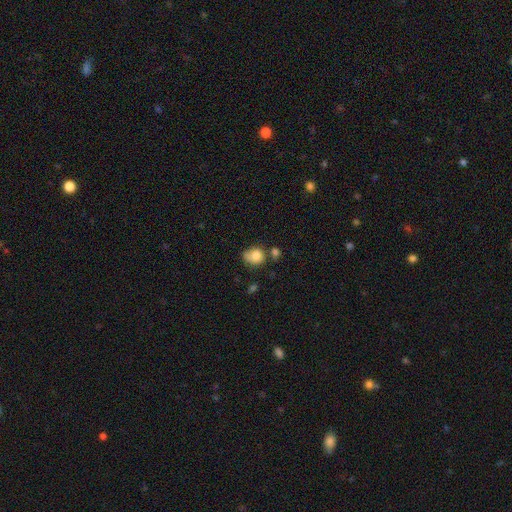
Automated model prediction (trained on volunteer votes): smooth 80%, featured or disk 11%, star or artifact 9%. Down the decision tree: how rounded — round (63%); merging — none (40%).